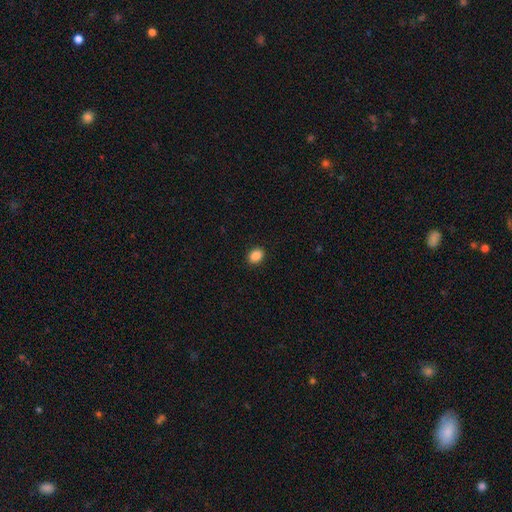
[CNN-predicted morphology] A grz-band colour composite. It shows a smooth galaxy with no disk features (88%) that is in between round and cigar-shaped (63%). Merging: none (91%).